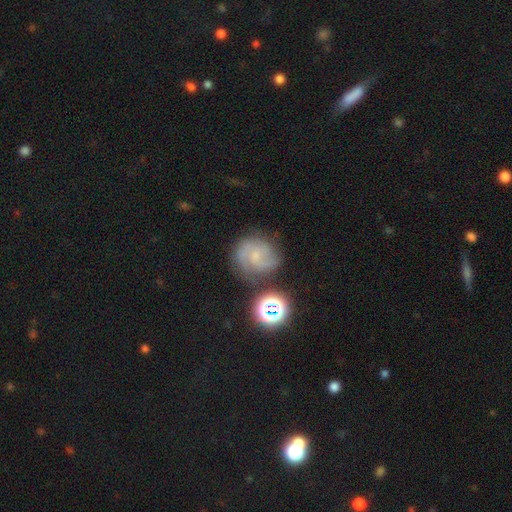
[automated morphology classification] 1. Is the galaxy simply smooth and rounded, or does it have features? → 62% featured or disk, 24% smooth, 14% star or artifact.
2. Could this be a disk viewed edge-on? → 98% no, 2% yes.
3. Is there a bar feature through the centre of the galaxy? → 60% no, 35% weak, 6% strong.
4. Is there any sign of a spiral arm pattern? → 91% yes, 9% no.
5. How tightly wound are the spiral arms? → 45% medium, 40% tight, 16% loose.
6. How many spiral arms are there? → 39% 2, 25% can't tell, 23% 3, 5% 1, 4% 4, 4% more than 4.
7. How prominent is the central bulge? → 63% small, 18% moderate, 16% none, 2% large, 1% dominant.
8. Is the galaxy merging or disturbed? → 65% none, 20% minor disturbance, 9% major disturbance, 6% merger.